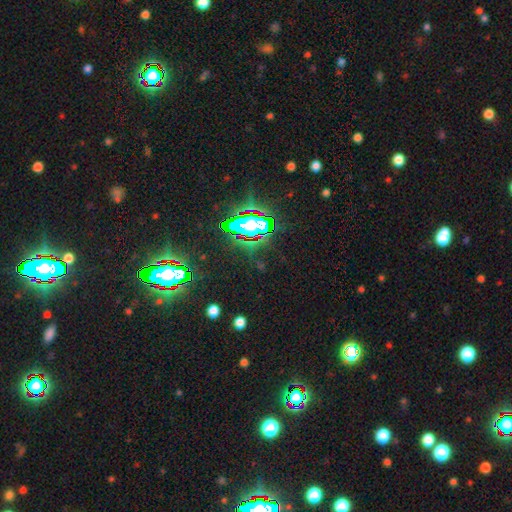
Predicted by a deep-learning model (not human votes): This appears to be a star or artifact, not a galaxy (83%).